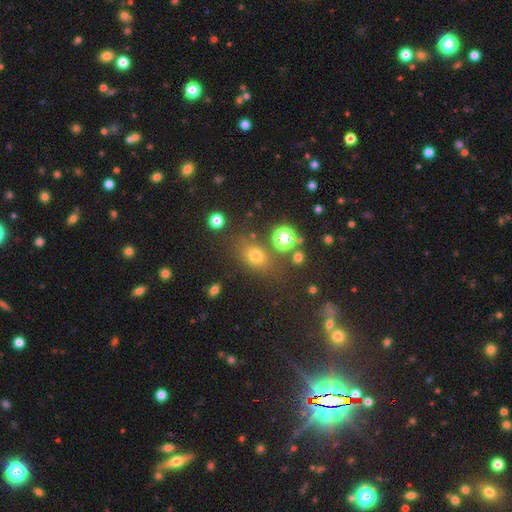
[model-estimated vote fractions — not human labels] Smooth or featured? Predicted: smooth (p=0.64). How rounded? Predicted: in between (p=0.58). Merging? Predicted: none (p=0.75).